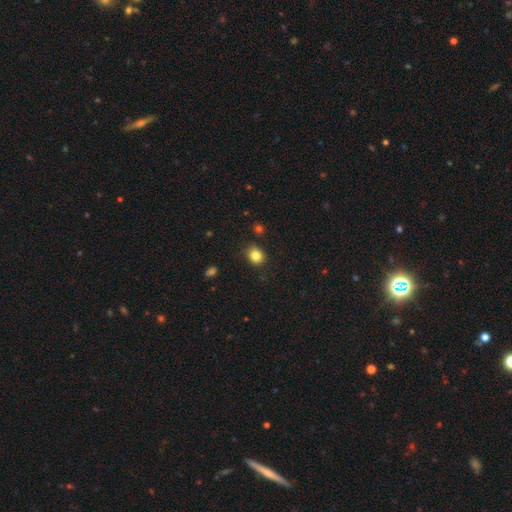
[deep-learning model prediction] smooth 83%, star or artifact 11%, featured or disk 6%. Down the decision tree: how rounded — round (70%); merging — none (83%).